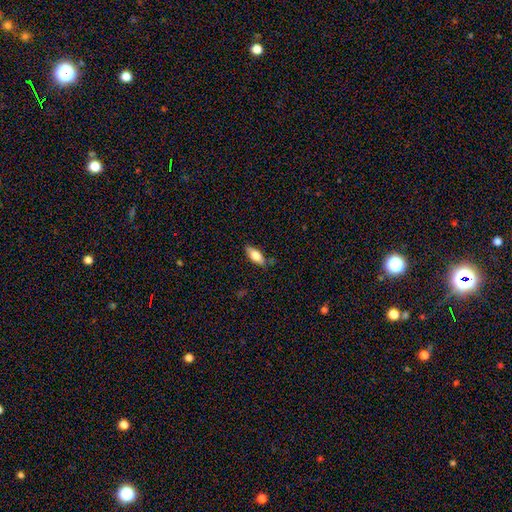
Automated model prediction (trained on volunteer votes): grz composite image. It shows a smooth galaxy with no disk features (74%) that is in between round and cigar-shaped (81%). Merging: none (76%).